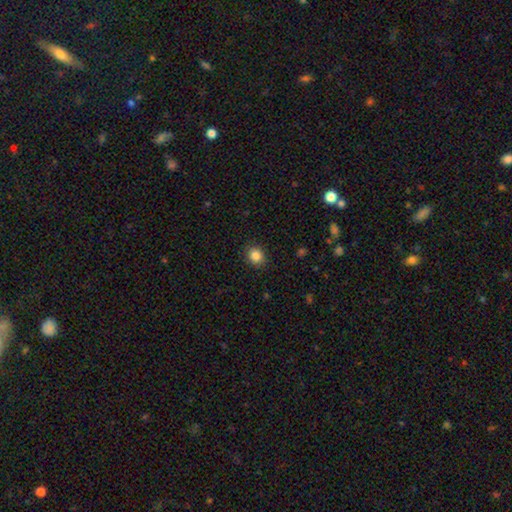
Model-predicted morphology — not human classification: Smooth or featured?
  - smooth: 85% *
  - star or artifact: 10%
  - featured or disk: 5%
How rounded?
  - round: 79% *
  - in between: 20%
  - cigar-shaped: 1%
Merging?
  - none: 91% *
  - minor disturbance: 6%
  - major disturbance: 2%
  - merger: 1%